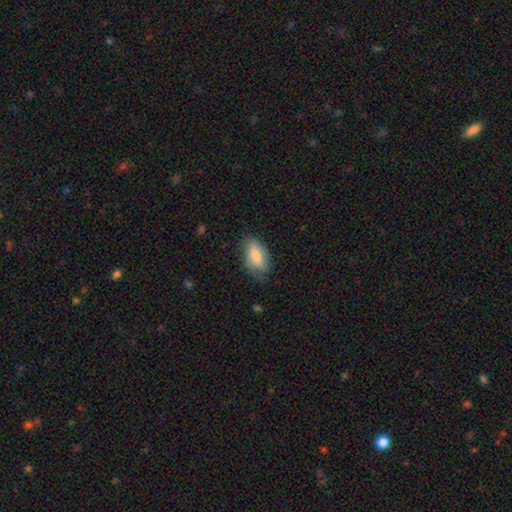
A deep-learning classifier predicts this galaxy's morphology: A smooth galaxy with no disk features (71%) that is in between round and cigar-shaped (89%).

Vote fractions:
- Smooth or featured? smooth: 71% / featured or disk: 23% / star or artifact: 7%
- How rounded? in between: 89% / cigar-shaped: 7% / round: 4%
- Merging? none: 61% / minor disturbance: 30% / major disturbance: 8% / merger: 1%